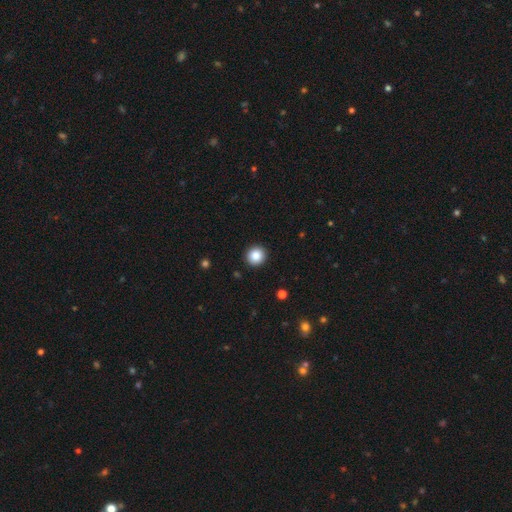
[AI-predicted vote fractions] The model was most divided on "smooth or featured": smooth: 86%, star or artifact: 10%, featured or disk: 4%. More confident: how rounded — round (94%); merging — none (93%).